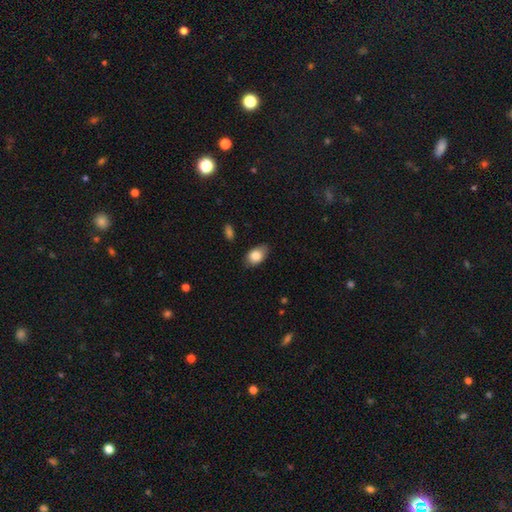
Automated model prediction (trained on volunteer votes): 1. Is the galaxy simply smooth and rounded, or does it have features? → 83% smooth, 10% featured or disk, 7% star or artifact.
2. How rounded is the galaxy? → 85% in between, 14% round, 2% cigar-shaped.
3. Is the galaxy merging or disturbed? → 76% none, 19% minor disturbance, 3% major disturbance, 1% merger.